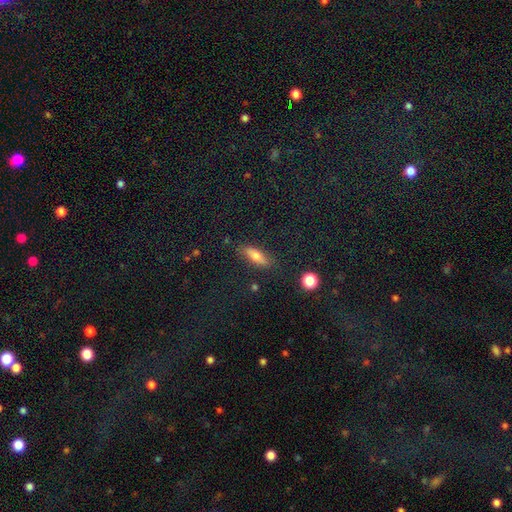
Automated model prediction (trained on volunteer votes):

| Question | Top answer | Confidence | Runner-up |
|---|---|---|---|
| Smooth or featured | smooth | 65% | featured or disk (22%) |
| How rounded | cigar-shaped | 51% | in between (45%) |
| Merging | none | 85% | minor disturbance (11%) |